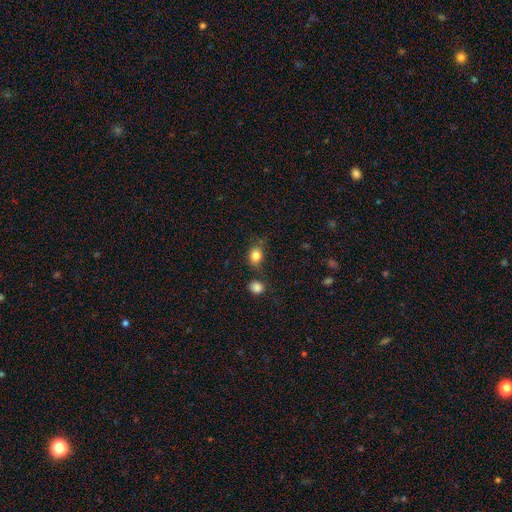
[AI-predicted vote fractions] Smooth or featured? Predicted: smooth (p=0.83). How rounded? Predicted: round (p=0.53). Merging? Predicted: none (p=0.63).